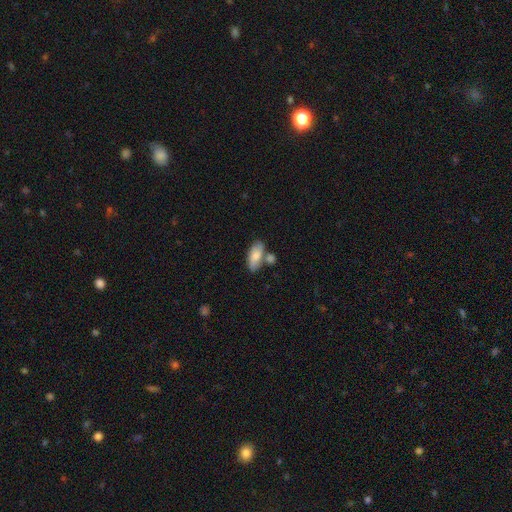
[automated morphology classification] type=smooth (74%); roundness=in between (87%); merging=none (52%).